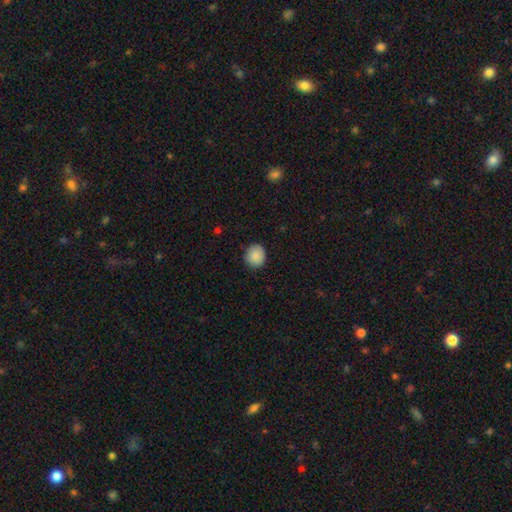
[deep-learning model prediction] smooth_or_featured: smooth (p=0.88) [alt: star or artifact p=0.08]
how_rounded: round (p=0.86) [alt: in between p=0.13]
merging: none (p=0.88) [alt: minor disturbance p=0.09]